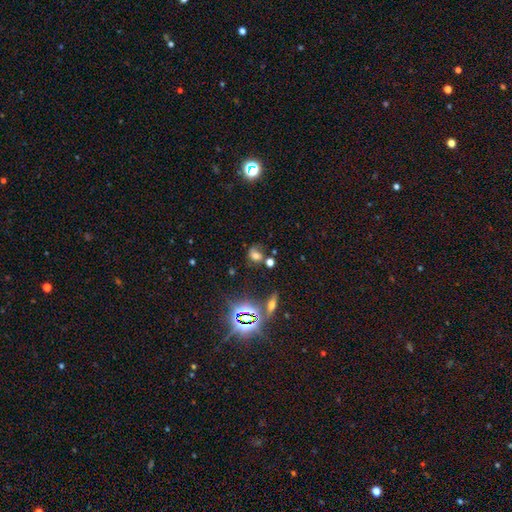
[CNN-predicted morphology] smooth 54%, star or artifact 28%, featured or disk 18%. Down the decision tree: how rounded — in between (55%); merging — none (51%).